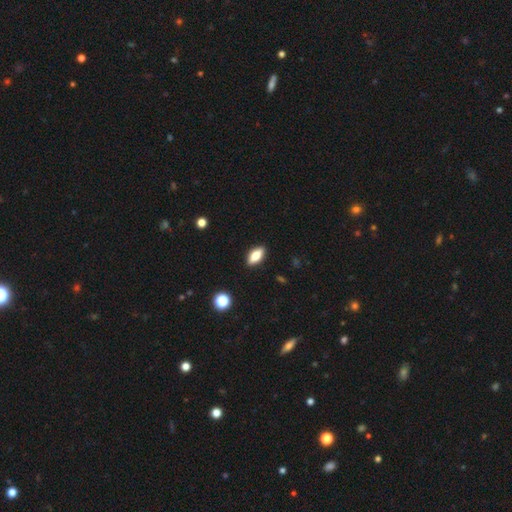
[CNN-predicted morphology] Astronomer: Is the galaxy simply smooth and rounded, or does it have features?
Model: smooth — 72%.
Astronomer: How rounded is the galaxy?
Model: in between — 82%.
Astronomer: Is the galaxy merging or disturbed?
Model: none — 89%.